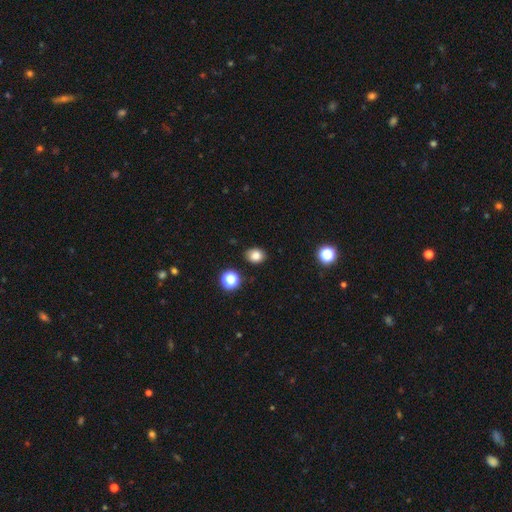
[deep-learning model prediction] A smooth galaxy with no disk features (82%) that is in between round and cigar-shaped (50%). Merging: none (86%).